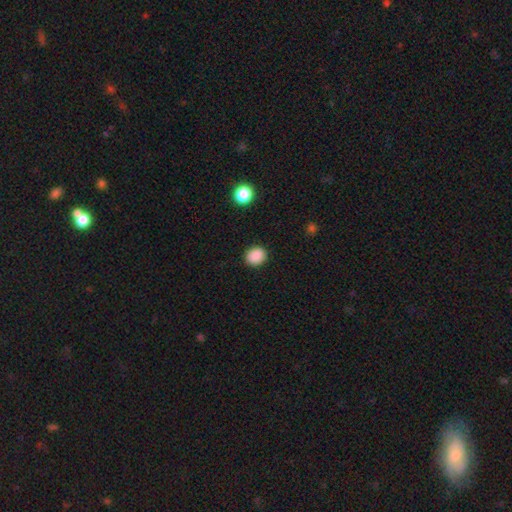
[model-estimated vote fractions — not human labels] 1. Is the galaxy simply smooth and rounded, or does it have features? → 88% smooth, 9% star or artifact, 2% featured or disk.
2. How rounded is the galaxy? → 70% round, 29% in between, 1% cigar-shaped.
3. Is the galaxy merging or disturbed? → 90% none, 7% minor disturbance, 2% major disturbance, 1% merger.